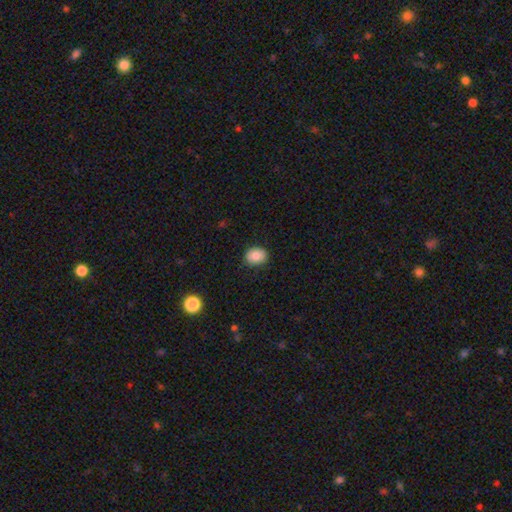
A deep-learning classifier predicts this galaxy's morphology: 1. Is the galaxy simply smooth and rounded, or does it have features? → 83% smooth, 9% star or artifact, 8% featured or disk.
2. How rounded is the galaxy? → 54% round, 45% in between, 1% cigar-shaped.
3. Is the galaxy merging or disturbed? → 85% none, 11% minor disturbance, 2% major disturbance, 1% merger.